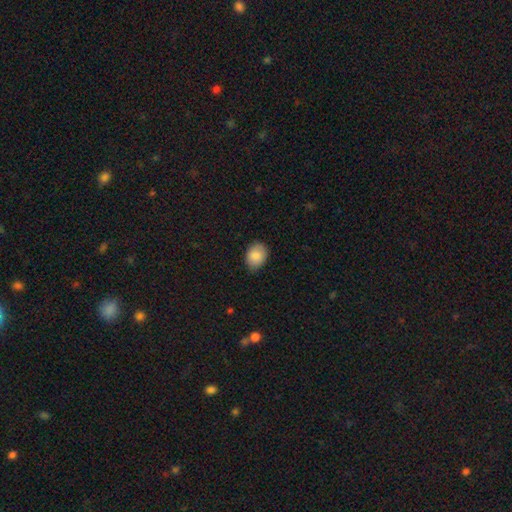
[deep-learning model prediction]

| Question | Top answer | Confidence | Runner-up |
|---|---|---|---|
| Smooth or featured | smooth | 87% | star or artifact (7%) |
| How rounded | in between | 60% | round (39%) |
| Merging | none | 77% | minor disturbance (19%) |